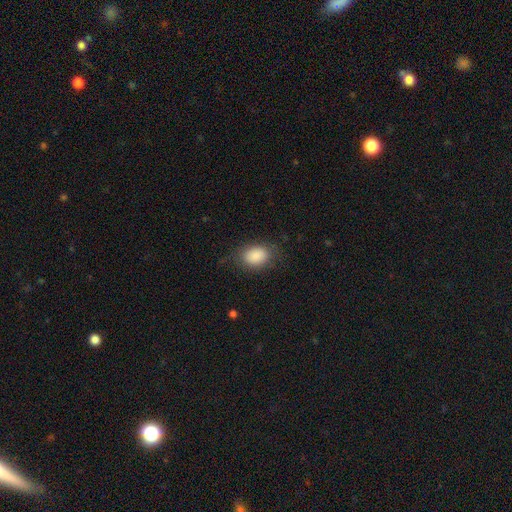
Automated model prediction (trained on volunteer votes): Morphology: type=smooth (87%); roundness=in between (78%); merging=none (74%).